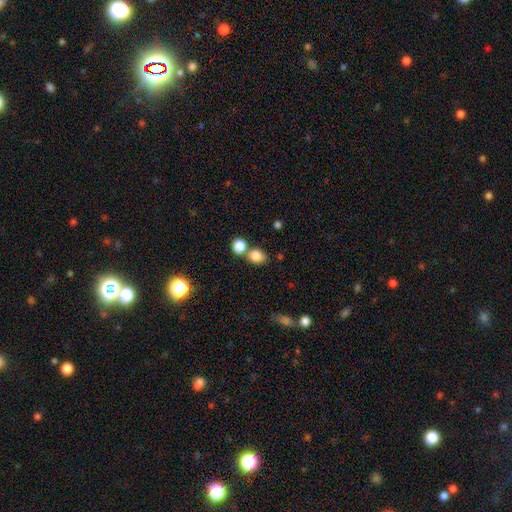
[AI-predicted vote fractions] Smooth or featured?
  - smooth: 82% *
  - star or artifact: 12%
  - featured or disk: 6%
How rounded?
  - round: 54% *
  - in between: 45%
  - cigar-shaped: 1%
Merging?
  - none: 56% *
  - merger: 29%
  - minor disturbance: 11%
  - major disturbance: 4%